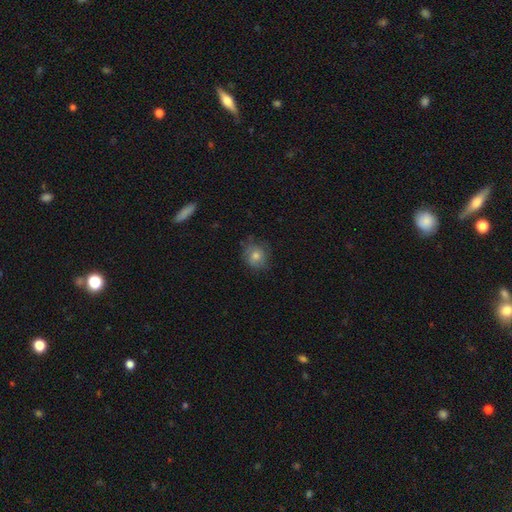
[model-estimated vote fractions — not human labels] This appears to be a smooth galaxy with no disk features (71%) that is round (80%). Merging: none (75%).